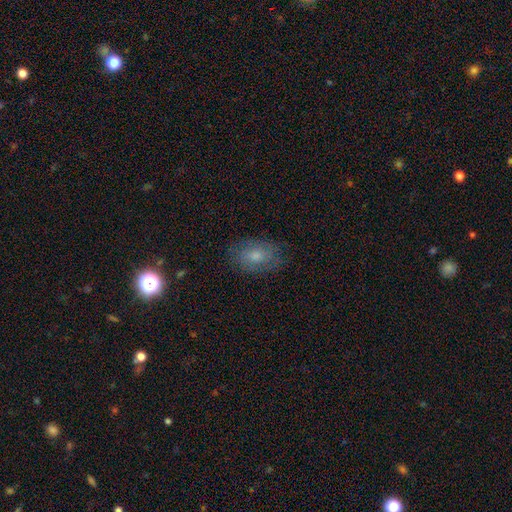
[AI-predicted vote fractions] Overall: smooth (50%; featured or disk 33%). Merging: none (80%).